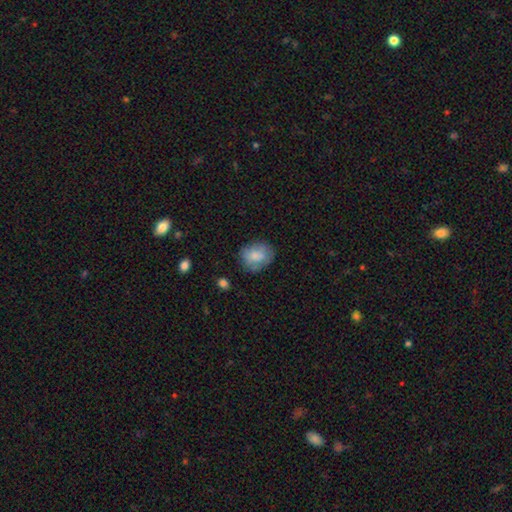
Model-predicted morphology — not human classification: Overall: smooth (78%). How rounded: round (53%; in between 46%). Merging: none (67%).